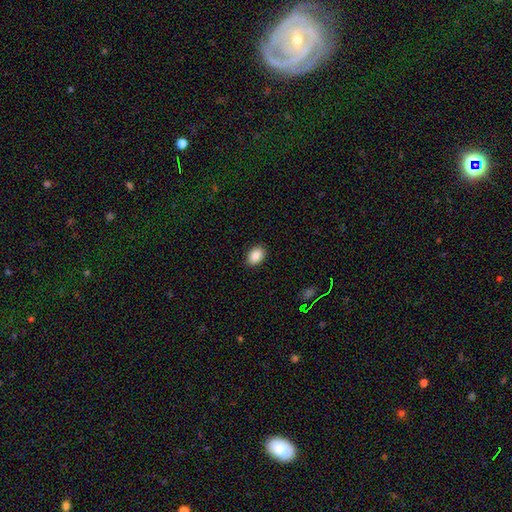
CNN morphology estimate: smooth-or-featured: smooth: 89% | star or artifact: 8% | featured or disk: 4%
  how-rounded: in between: 81% | round: 18% | cigar-shaped: 1%
  merging: none: 89% | minor disturbance: 8% | major disturbance: 2% | merger: 1%